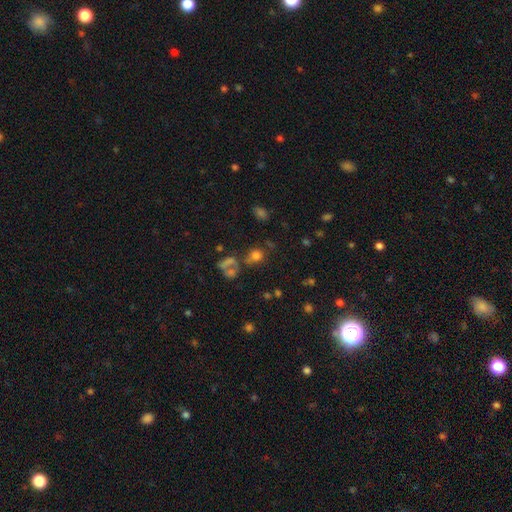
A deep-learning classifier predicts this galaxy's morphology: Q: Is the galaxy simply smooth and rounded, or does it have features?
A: smooth — 69%.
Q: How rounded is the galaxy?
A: round — 75%.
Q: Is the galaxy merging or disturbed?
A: none — 56%.